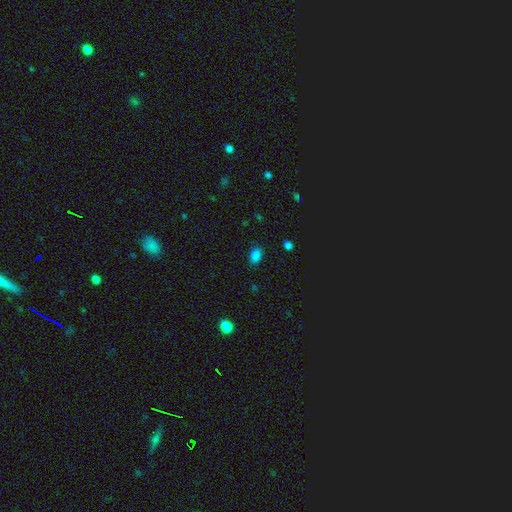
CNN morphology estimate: Q: Smooth or featured?
A: smooth (83%); runner-up: star or artifact (13%)
Q: How rounded?
A: in between (81%); runner-up: round (17%)
Q: Merging?
A: none (83%); runner-up: minor disturbance (13%)